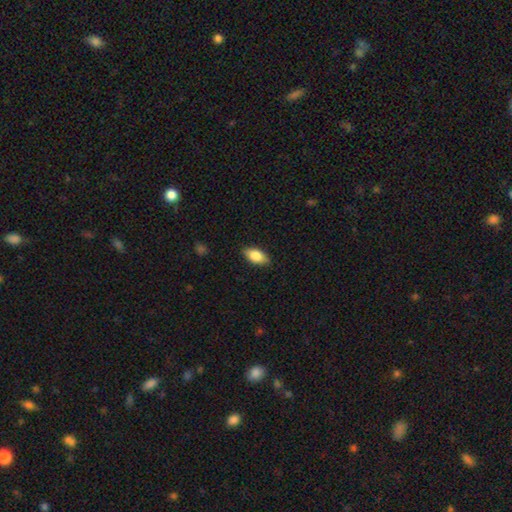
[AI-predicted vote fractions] smooth_or_featured: smooth (p=0.81) [alt: featured or disk p=0.12]
how_rounded: in between (p=0.90) [alt: cigar-shaped p=0.06]
merging: none (p=0.85) [alt: minor disturbance p=0.11]